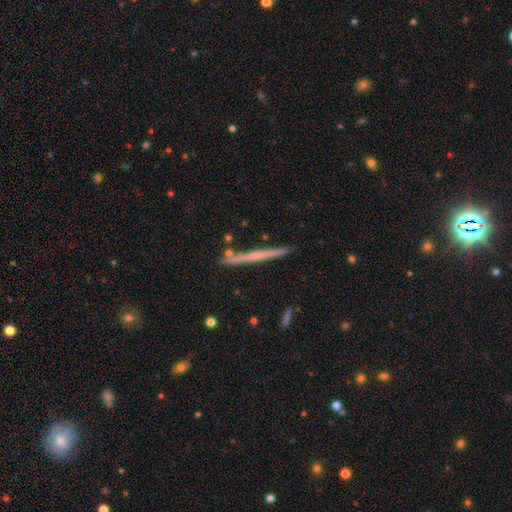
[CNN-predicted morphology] smooth_or_featured: featured or disk (p=0.58) [alt: smooth p=0.35]
disk_edge_on: yes (p=0.97) [alt: no p=0.03]
edge_on_bulge: none (p=0.78) [alt: rounded p=0.17]
merging: none (p=0.87) [alt: minor disturbance p=0.09]